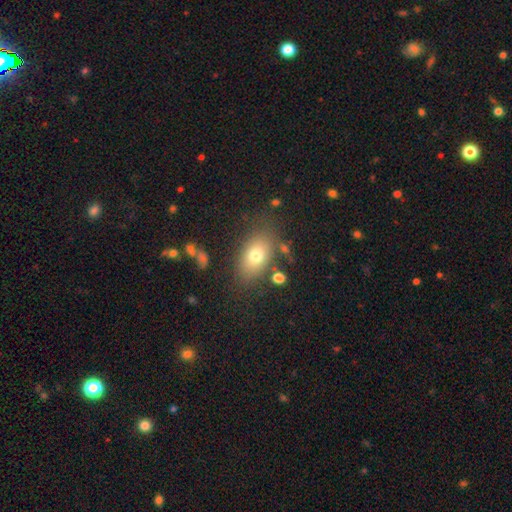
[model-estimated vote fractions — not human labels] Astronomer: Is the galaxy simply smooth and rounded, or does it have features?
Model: smooth — 74%.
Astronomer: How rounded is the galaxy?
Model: in between — 85%.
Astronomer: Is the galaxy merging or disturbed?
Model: none — 77%.